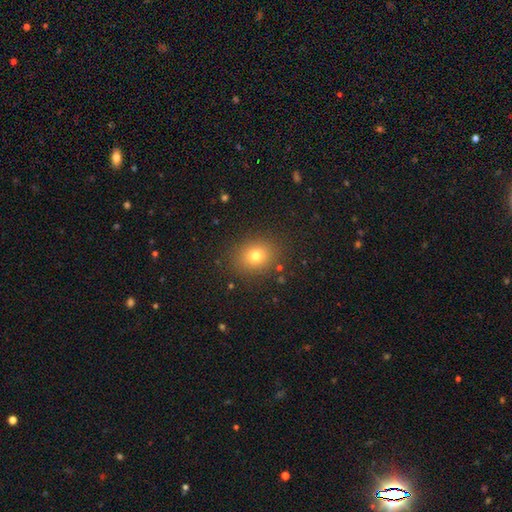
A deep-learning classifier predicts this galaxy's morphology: smooth 76%, star or artifact 14%, featured or disk 10%. Down the decision tree: how rounded — round (56%); merging — none (87%).